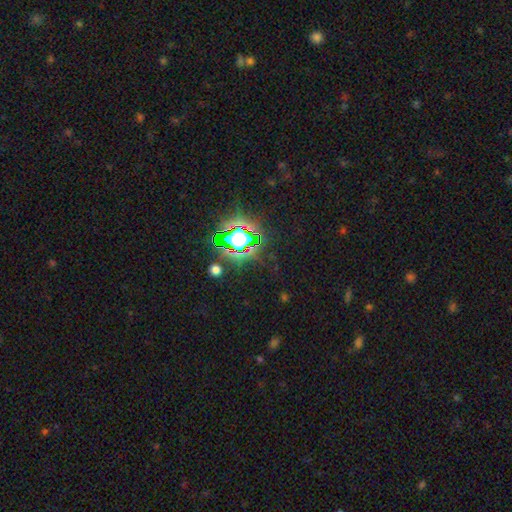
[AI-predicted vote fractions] Smooth or featured? star or artifact (80%)